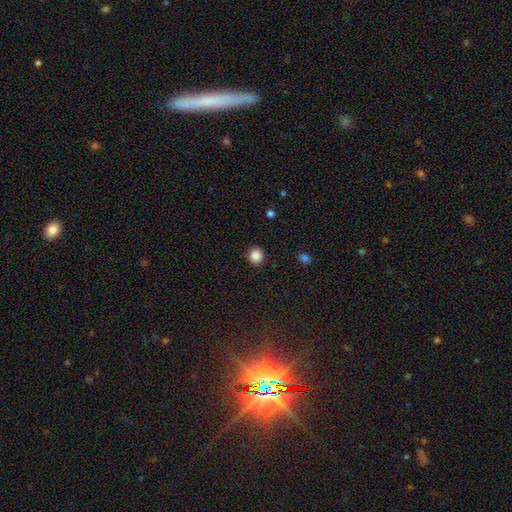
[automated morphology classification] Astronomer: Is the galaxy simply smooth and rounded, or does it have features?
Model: smooth — 87%.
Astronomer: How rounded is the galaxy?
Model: round — 92%.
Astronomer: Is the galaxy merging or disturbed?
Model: none — 91%.